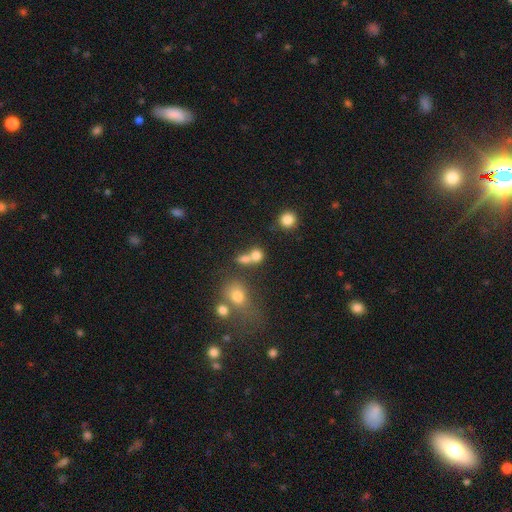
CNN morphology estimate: Smooth or featured? Predicted: smooth (p=0.75). How rounded? Predicted: round (p=0.67). Merging? Predicted: merger (p=0.51).